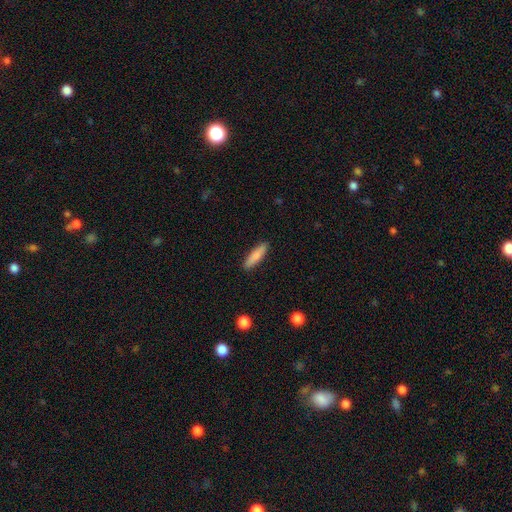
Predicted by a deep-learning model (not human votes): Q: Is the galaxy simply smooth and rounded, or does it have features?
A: smooth — 82%.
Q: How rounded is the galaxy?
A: cigar-shaped — 76%.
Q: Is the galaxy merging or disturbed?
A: none — 90%.